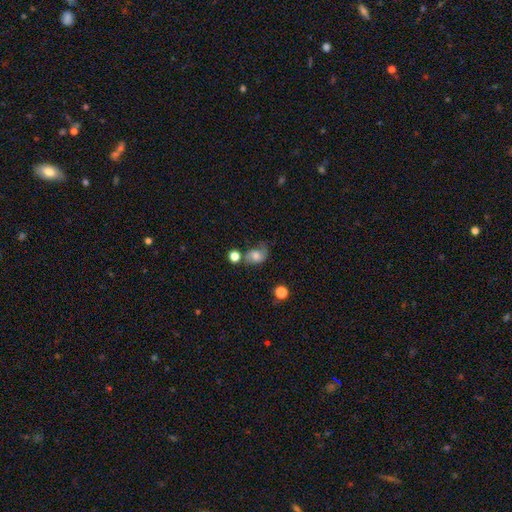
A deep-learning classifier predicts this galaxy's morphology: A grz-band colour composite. It shows a smooth galaxy with no disk features (60%) that is in between round and cigar-shaped (59%). Merging: none (38%).